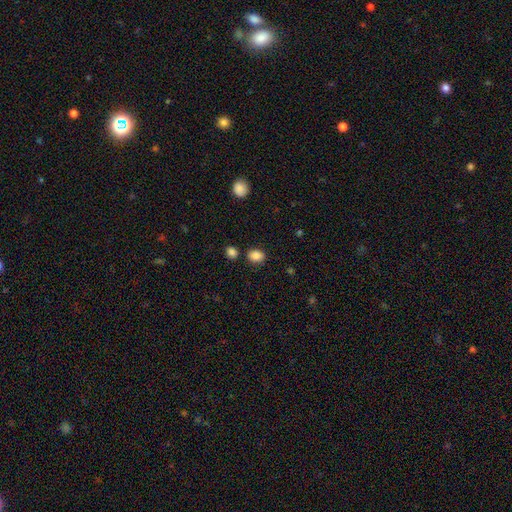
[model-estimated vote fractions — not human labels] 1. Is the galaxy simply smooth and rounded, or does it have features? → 86% smooth, 10% star or artifact, 5% featured or disk.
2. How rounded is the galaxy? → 58% in between, 41% round, 1% cigar-shaped.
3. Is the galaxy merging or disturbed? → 80% none, 10% minor disturbance, 7% merger, 3% major disturbance.